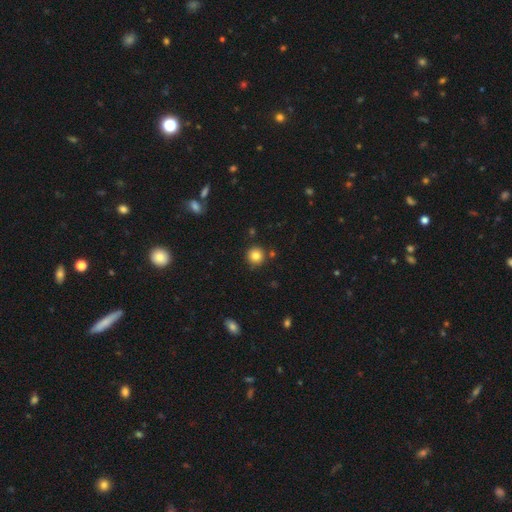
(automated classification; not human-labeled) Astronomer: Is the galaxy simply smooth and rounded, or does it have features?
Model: smooth — 83%.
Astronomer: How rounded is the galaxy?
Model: round — 94%.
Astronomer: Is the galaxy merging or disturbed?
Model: none — 86%.